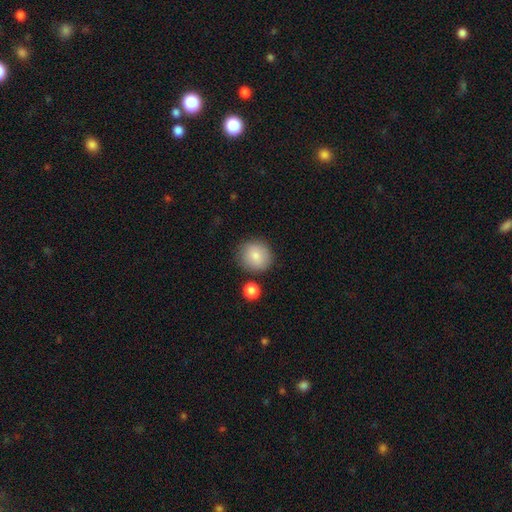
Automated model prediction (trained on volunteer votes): This appears to be a smooth galaxy with no disk features (84%) that is round (89%). Merging: none (81%).